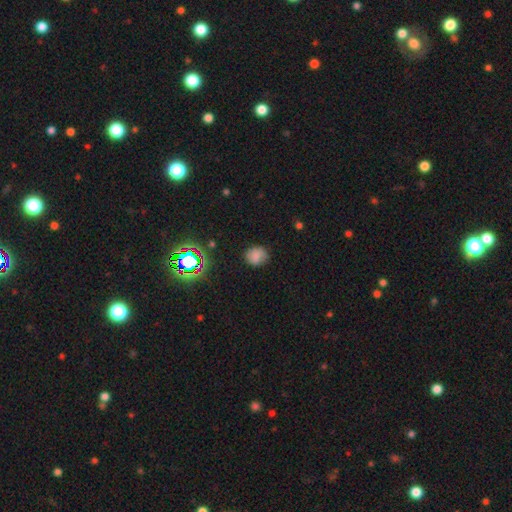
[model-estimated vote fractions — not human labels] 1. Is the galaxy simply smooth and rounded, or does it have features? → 69% smooth, 16% featured or disk, 15% star or artifact.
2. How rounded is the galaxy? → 73% round, 26% in between, 1% cigar-shaped.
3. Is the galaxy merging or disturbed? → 69% none, 22% minor disturbance, 7% major disturbance, 2% merger.